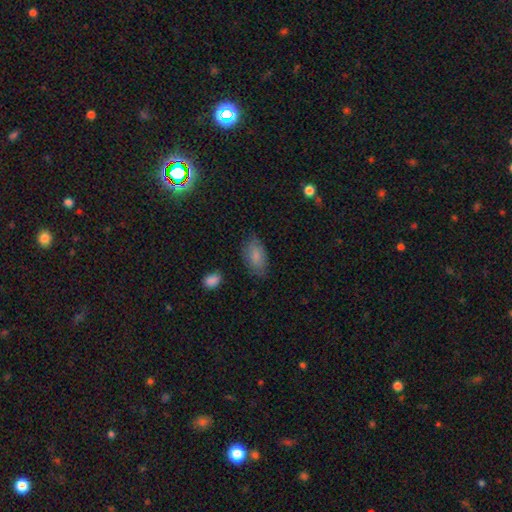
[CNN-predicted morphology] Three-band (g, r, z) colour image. It shows a smooth galaxy with no disk features (83%) that is in between round and cigar-shaped (93%). Merging: none (77%).